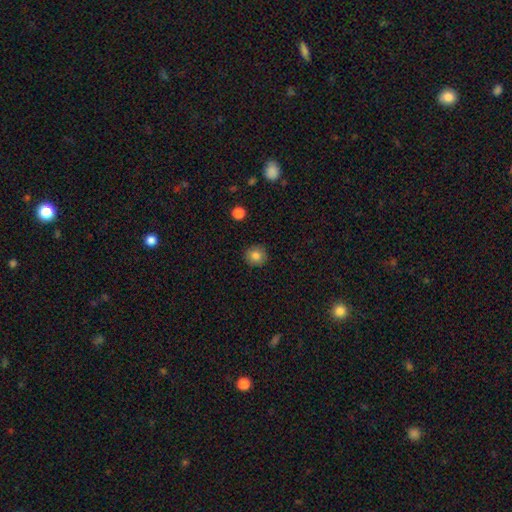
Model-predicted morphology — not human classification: Smooth or featured? Predicted: smooth (p=0.83). How rounded? Predicted: round (p=0.92). Merging? Predicted: none (p=0.91).